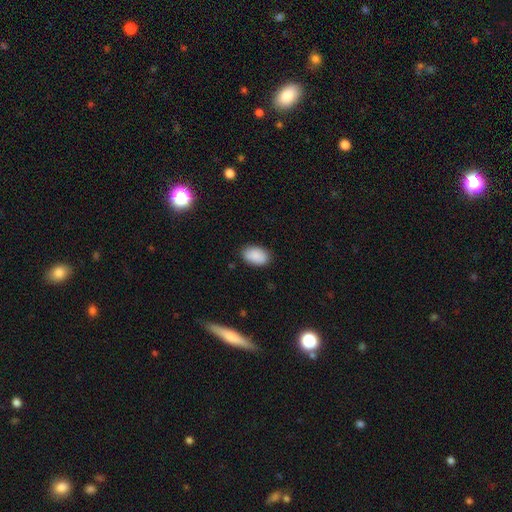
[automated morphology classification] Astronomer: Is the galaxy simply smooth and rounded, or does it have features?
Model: smooth — 89%.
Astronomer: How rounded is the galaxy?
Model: in between — 90%.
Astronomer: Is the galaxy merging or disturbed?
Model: none — 86%.